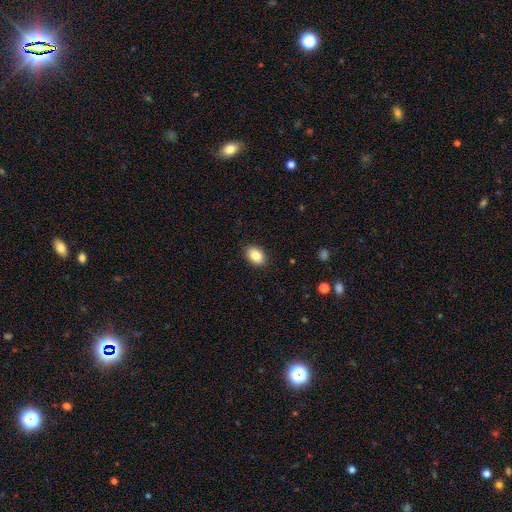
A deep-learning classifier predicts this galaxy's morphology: Overall: smooth (85%). How rounded: in between (81%). Merging: none (89%).